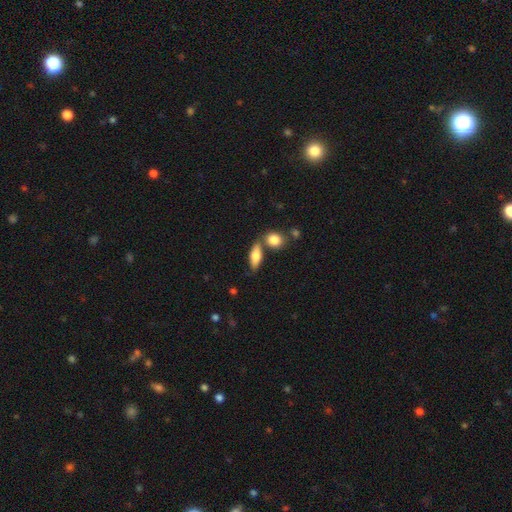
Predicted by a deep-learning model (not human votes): Smooth or featured? smooth (75%)
How rounded? in between (74%)
Merging? none (62%)